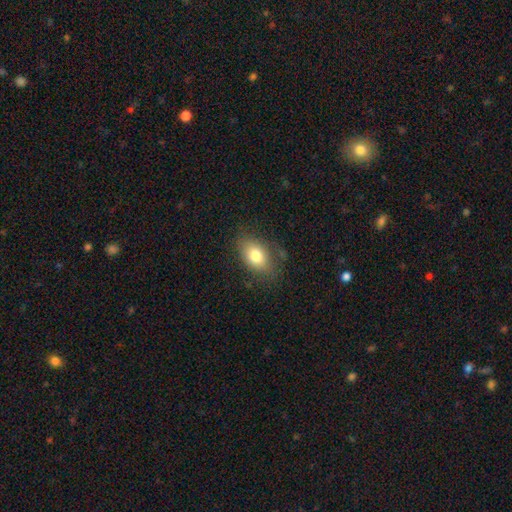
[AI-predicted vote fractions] The model was most divided on "merging": none: 73%, minor disturbance: 19%, major disturbance: 6%, merger: 2%. More confident: how rounded — in between (86%); smooth or featured — smooth (77%).